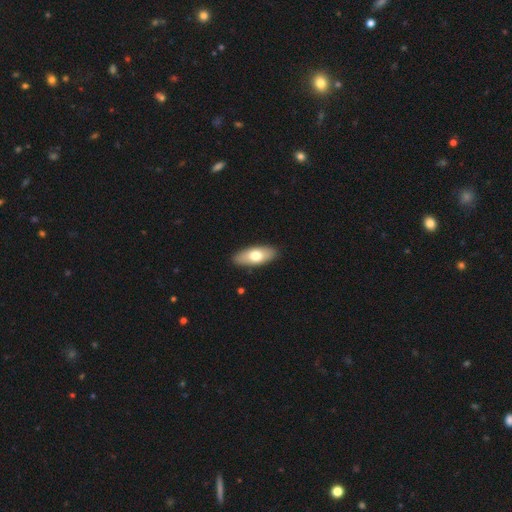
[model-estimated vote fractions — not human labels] A smooth galaxy with no disk features (69%) that is in between round and cigar-shaped (80%). Merging: none (89%).